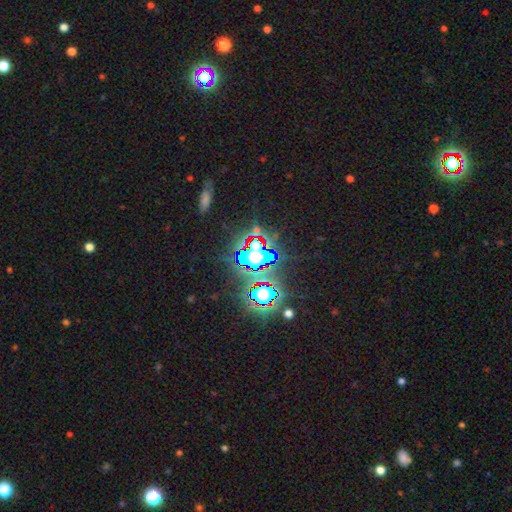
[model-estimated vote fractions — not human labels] A star or artifact, not a galaxy (75%).